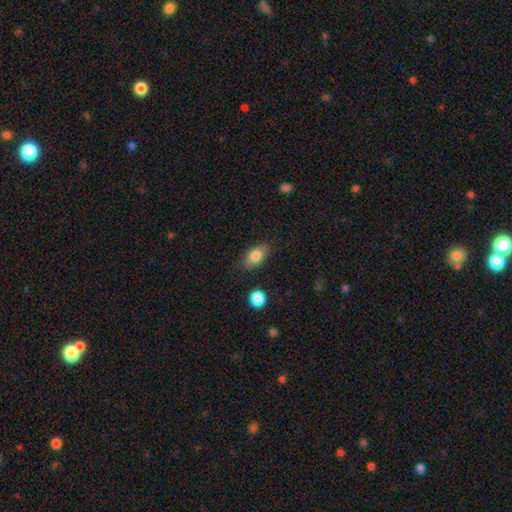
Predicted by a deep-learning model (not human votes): Smooth or featured: smooth — 81% (featured or disk — 12%)
How rounded: in between — 88% (round — 7%)
Merging: none — 82% (minor disturbance — 13%)